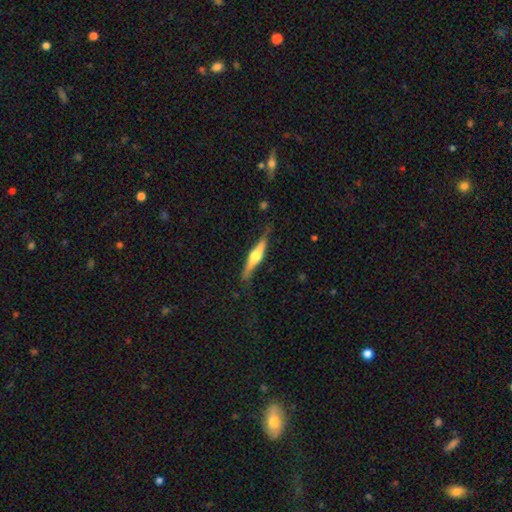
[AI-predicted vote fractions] featured or disk 68%, smooth 28%, star or artifact 5%. Down the decision tree: edge-on disk — yes (96%); edge-on bulge — rounded (92%); merging — none (76%).